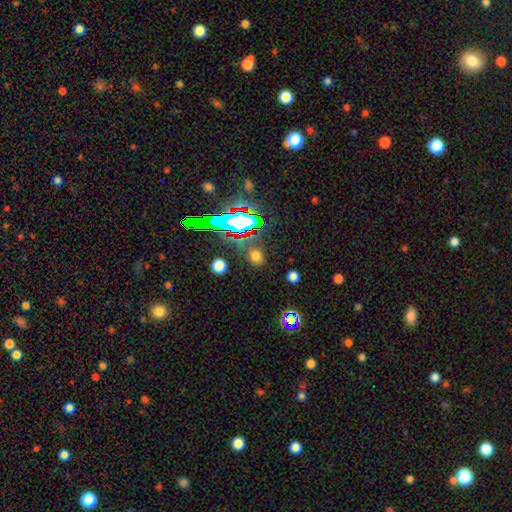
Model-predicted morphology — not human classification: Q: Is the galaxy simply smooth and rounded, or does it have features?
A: smooth — 66%.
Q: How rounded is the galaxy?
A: round — 55%.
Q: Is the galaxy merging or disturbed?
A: none — 80%.